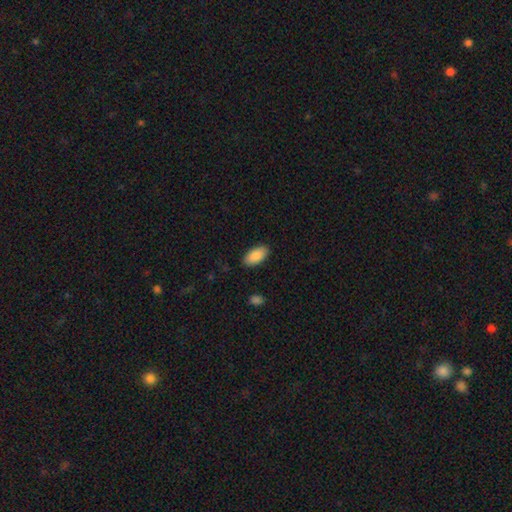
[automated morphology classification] smooth_or_featured: smooth (p=0.88) [alt: featured or disk p=0.06]
how_rounded: in between (p=0.94) [alt: cigar-shaped p=0.04]
merging: none (p=0.88) [alt: minor disturbance p=0.09]